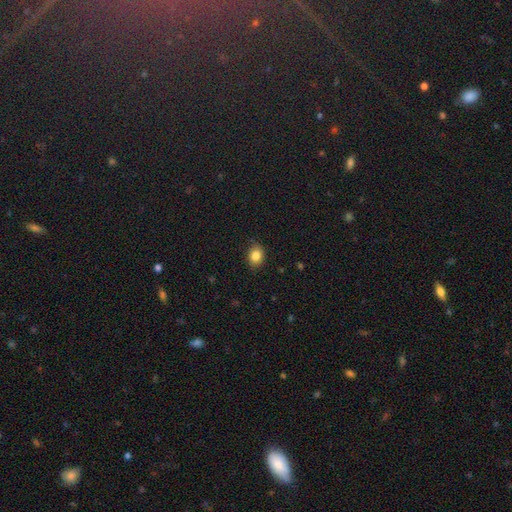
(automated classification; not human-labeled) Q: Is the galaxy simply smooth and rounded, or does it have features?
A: smooth — 85%.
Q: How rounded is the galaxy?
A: in between — 58%.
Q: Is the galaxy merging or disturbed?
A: none — 84%.